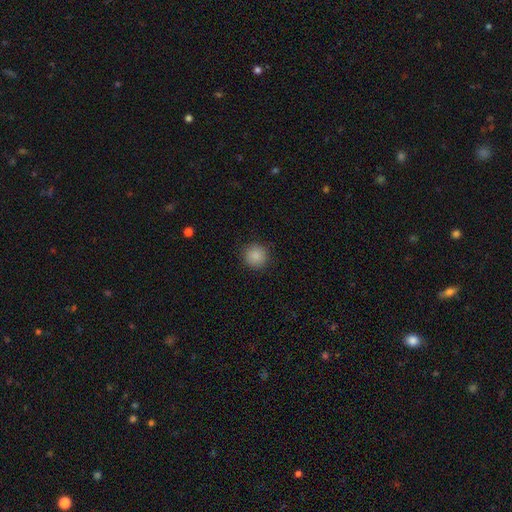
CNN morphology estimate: Smooth or featured: smooth — 88% (star or artifact — 9%)
How rounded: round — 94% (in between — 5%)
Merging: none — 90% (minor disturbance — 7%)